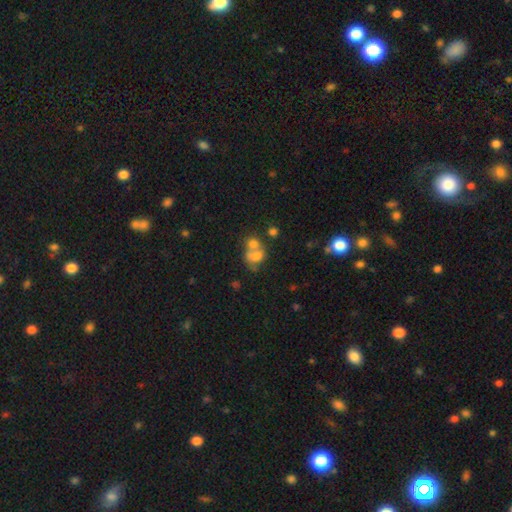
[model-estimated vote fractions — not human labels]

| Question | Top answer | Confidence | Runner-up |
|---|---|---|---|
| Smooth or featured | smooth | 64% | featured or disk (23%) |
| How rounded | in between | 52% | round (46%) |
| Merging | merger | 59% | none (24%) |